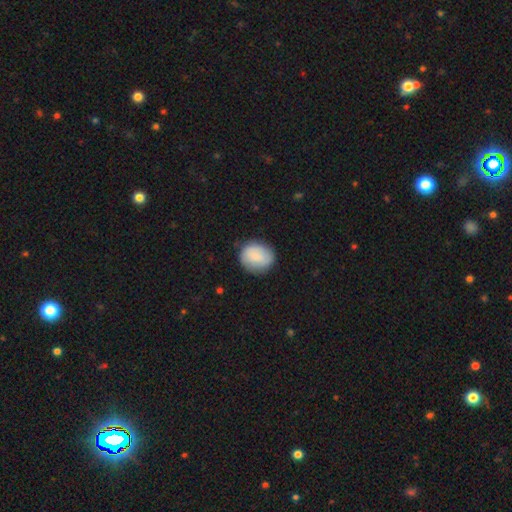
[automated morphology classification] A smooth galaxy with no disk features (82%) that is round (63%).

Vote fractions:
- Smooth or featured? smooth: 82% / featured or disk: 12% / star or artifact: 7%
- How rounded? round: 63% / in between: 36% / cigar-shaped: 1%
- Merging? none: 79% / minor disturbance: 16% / major disturbance: 4% / merger: 1%